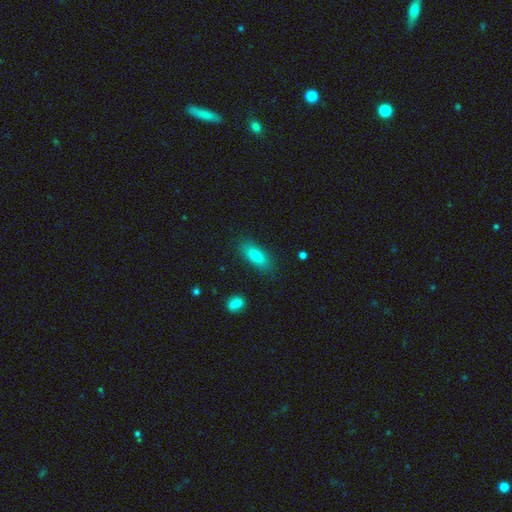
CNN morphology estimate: smooth_or_featured: smooth (p=0.79) [alt: featured or disk p=0.13]
how_rounded: in between (p=0.73) [alt: cigar-shaped p=0.23]
merging: none (p=0.84) [alt: minor disturbance p=0.11]